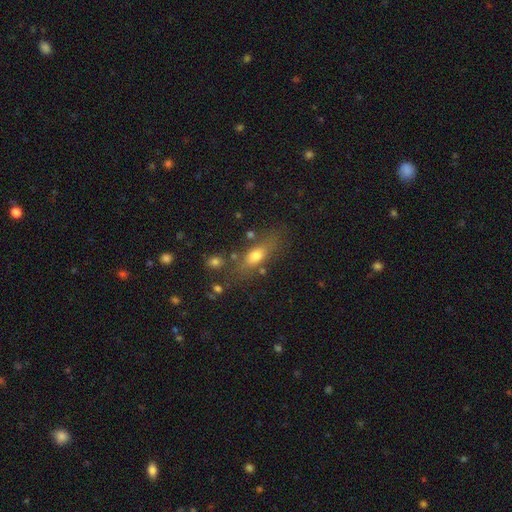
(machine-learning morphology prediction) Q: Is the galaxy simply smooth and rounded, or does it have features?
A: smooth — 66%.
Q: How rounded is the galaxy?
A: in between — 62%.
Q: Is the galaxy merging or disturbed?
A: none — 67%.